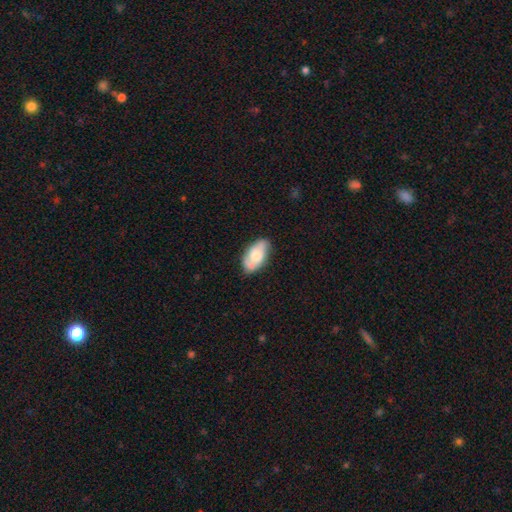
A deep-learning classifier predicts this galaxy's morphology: The model was most divided on "smooth or featured": smooth: 53%, featured or disk: 41%, star or artifact: 6%. More confident: how rounded — in between (93%); merging — none (69%).